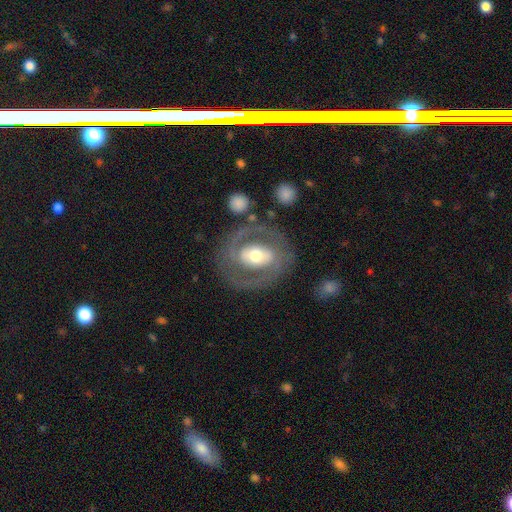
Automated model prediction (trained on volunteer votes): Smooth or featured? Predicted: featured or disk (p=0.77). Edge-on disk? Predicted: no (p=0.96). Bar? Predicted: strong (p=0.39). Spiral arms? Predicted: yes (p=0.66). Bulge size? Predicted: moderate (p=0.66). Merging? Predicted: none (p=0.78).